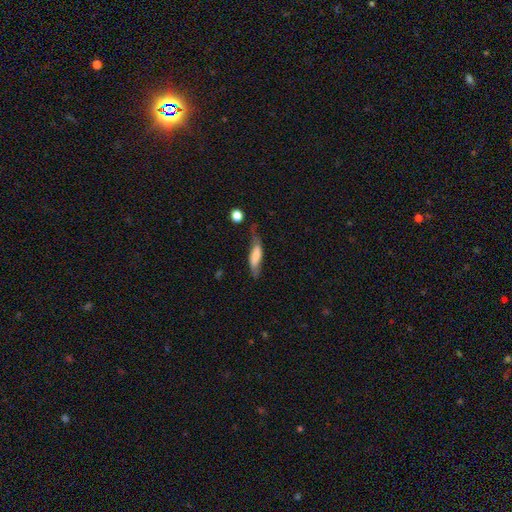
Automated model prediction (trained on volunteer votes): This is likely a smooth galaxy (61%). How rounded: possibly cigar-shaped (57%). Merging: marginally none (43%).